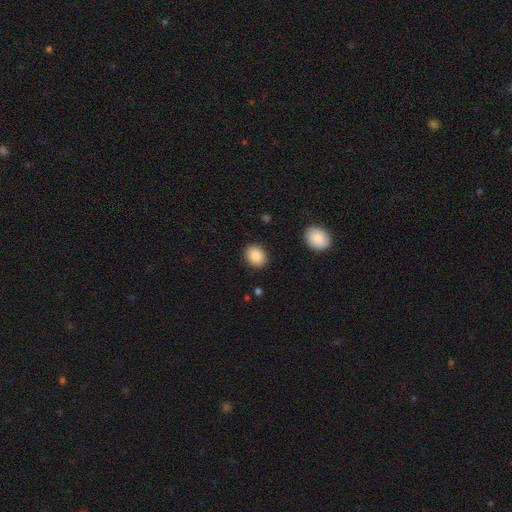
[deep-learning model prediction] smooth-or-featured: smooth: 87% | star or artifact: 8% | featured or disk: 5%
  how-rounded: in between: 53% | round: 46% | cigar-shaped: 1%
  merging: none: 89% | minor disturbance: 8% | major disturbance: 2% | merger: 1%